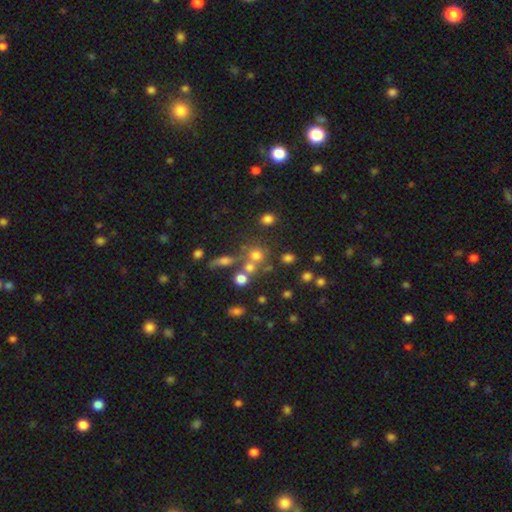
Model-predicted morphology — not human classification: smooth 63%, star or artifact 21%, featured or disk 16%. Down the decision tree: how rounded — round (83%); merging — none (52%).